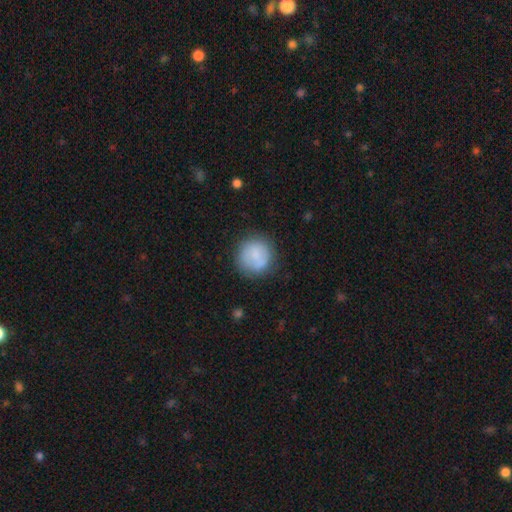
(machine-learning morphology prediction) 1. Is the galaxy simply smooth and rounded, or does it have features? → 79% smooth, 14% featured or disk, 7% star or artifact.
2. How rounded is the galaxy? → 91% round, 8% in between, 1% cigar-shaped.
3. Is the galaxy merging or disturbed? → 73% none, 17% minor disturbance, 7% major disturbance, 4% merger.